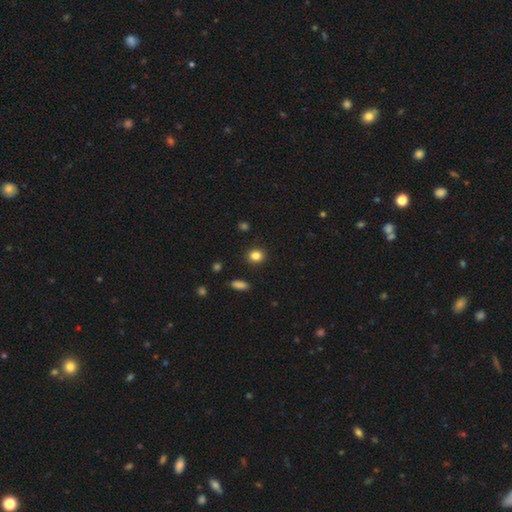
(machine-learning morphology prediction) This is clearly a smooth galaxy (84%). How rounded: likely round (76%). Merging: clearly none (90%).